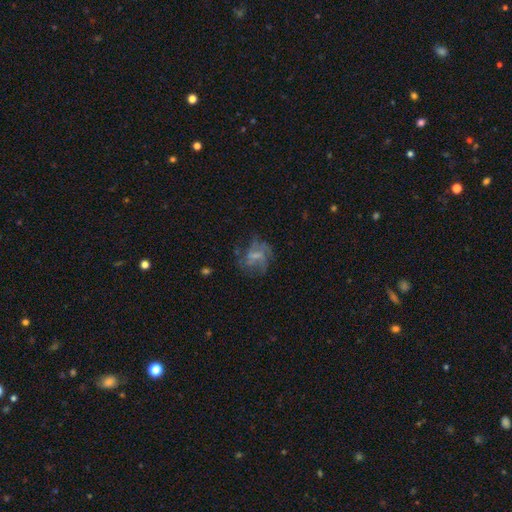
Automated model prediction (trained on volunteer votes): featured or disk 62%, smooth 25%, star or artifact 13%. Down the decision tree: edge-on disk — no (97%); bar — weak (48%); spiral arms — yes (69%); bulge size — none (37%, tied with small); merging — none (51%).